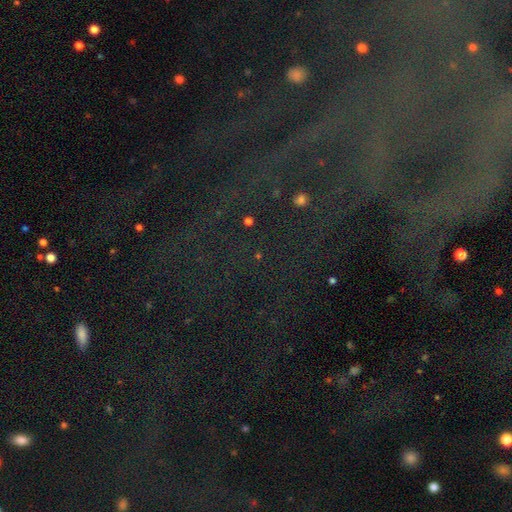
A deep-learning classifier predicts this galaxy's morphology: Overall: star or artifact (73%).